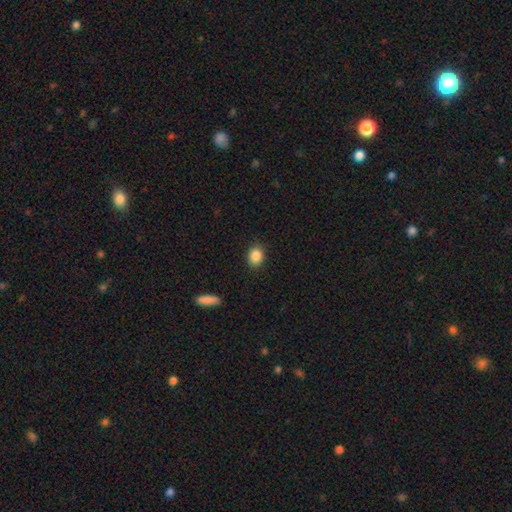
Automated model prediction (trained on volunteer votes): Smooth or featured: smooth — 87% (star or artifact — 9%)
How rounded: in between — 53% (round — 46%)
Merging: none — 87% (minor disturbance — 9%)